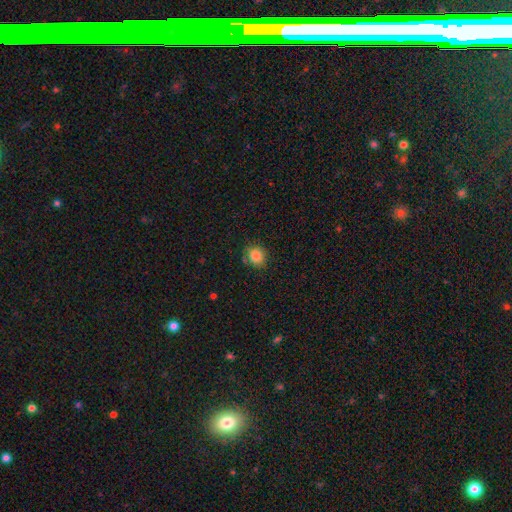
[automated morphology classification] smooth_or_featured: smooth (p=0.83) [alt: star or artifact p=0.11]
how_rounded: round (p=0.79) [alt: in between p=0.20]
merging: none (p=0.79) [alt: minor disturbance p=0.15]